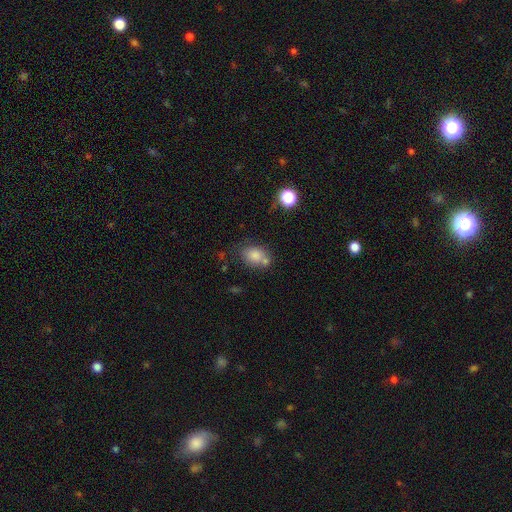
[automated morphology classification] type=smooth (80%); roundness=in between (65%); merging=none (54%).